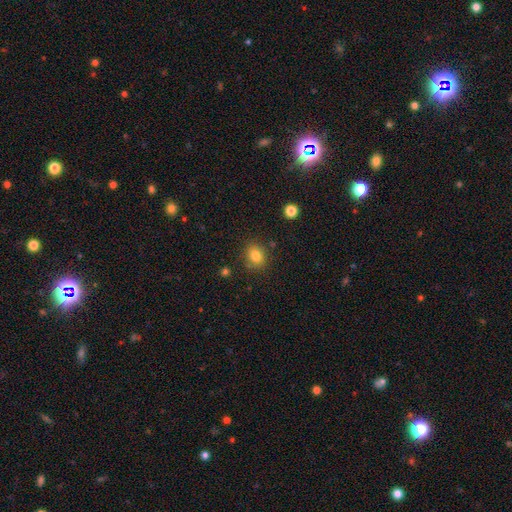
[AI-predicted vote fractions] Smooth or featured? smooth (82%)
How rounded? round (63%)
Merging? none (82%)